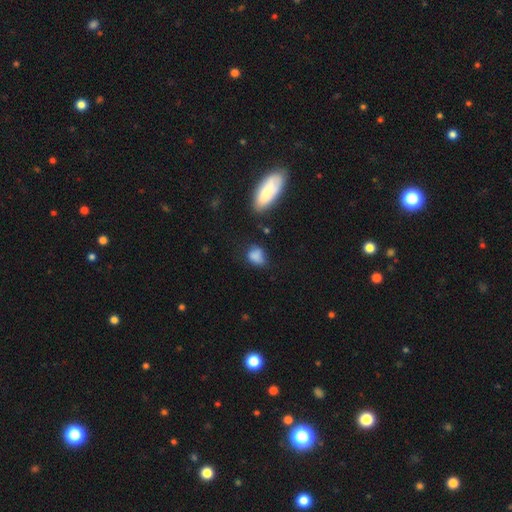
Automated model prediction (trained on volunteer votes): smooth_or_featured: smooth (p=0.79) [alt: star or artifact p=0.11]
how_rounded: in between (p=0.69) [alt: round p=0.29]
merging: none (p=0.48) [alt: minor disturbance p=0.33]